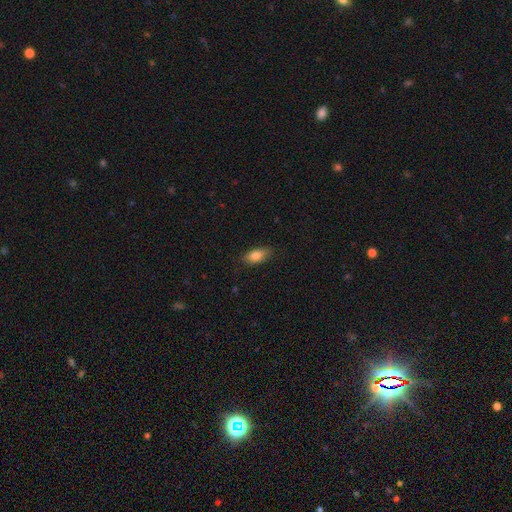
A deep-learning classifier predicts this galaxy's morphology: Smooth or featured? Predicted: smooth (p=0.80). How rounded? Predicted: in between (p=0.83). Merging? Predicted: none (p=0.82).